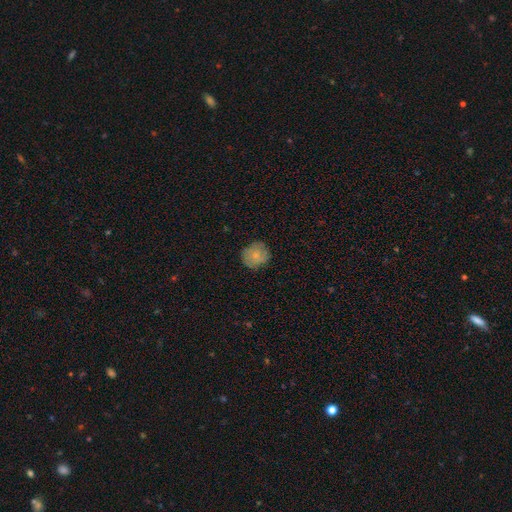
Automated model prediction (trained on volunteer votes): The model was most divided on "smooth or featured": smooth: 76%, featured or disk: 16%, star or artifact: 8%. More confident: how rounded — round (85%); merging — none (80%).